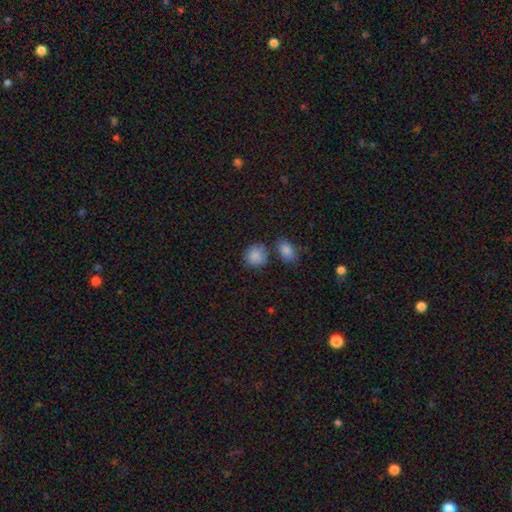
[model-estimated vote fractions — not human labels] Smooth or featured? smooth (87%)
How rounded? round (75%)
Merging? none (65%)